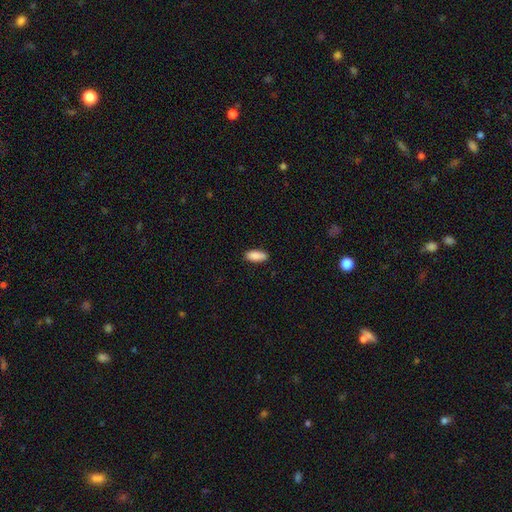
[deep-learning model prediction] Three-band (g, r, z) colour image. It shows a smooth galaxy with no disk features (90%) that is in between round and cigar-shaped (81%). Merging: none (87%).